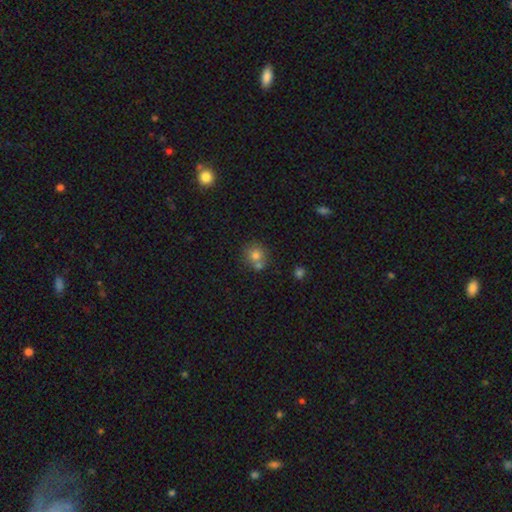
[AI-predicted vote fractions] A smooth galaxy with no disk features (75%) that is round (86%).

Vote fractions:
- Smooth or featured? smooth: 75% / featured or disk: 13% / star or artifact: 12%
- How rounded? round: 86% / in between: 13% / cigar-shaped: 1%
- Merging? none: 54% / merger: 32% / minor disturbance: 10% / major disturbance: 3%